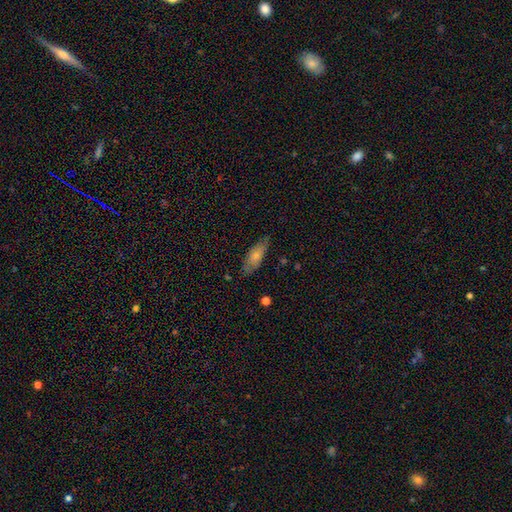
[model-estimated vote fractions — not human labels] This appears to be a smooth galaxy with no disk features (69%) that is in between round and cigar-shaped (70%). Merging: none (75%).